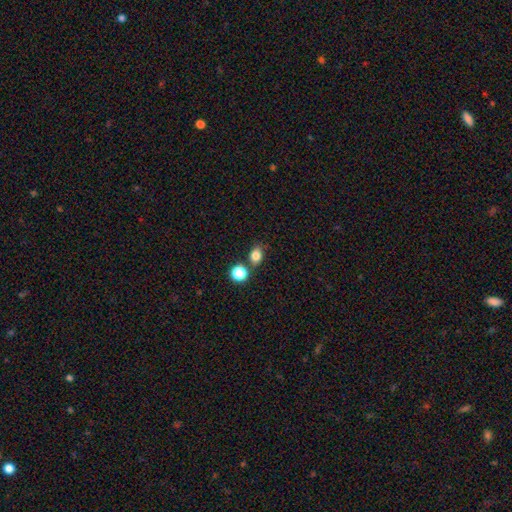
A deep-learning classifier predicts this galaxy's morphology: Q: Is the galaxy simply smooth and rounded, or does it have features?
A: smooth — 81%.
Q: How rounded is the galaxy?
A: in between — 51%.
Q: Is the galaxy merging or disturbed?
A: none — 68%.